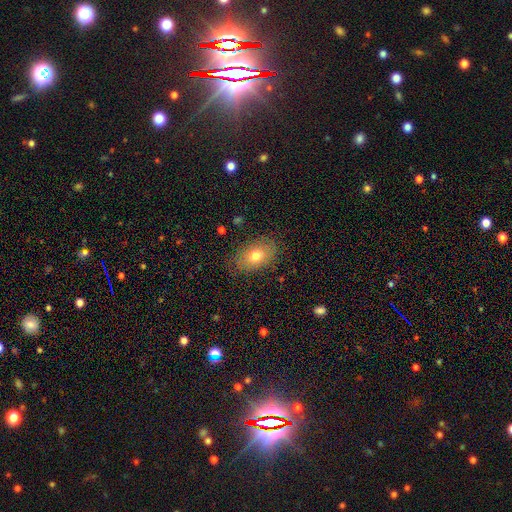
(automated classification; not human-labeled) smooth-or-featured: smooth: 74% | featured or disk: 17% | star or artifact: 9%
  how-rounded: in between: 85% | round: 14% | cigar-shaped: 1%
  merging: none: 80% | minor disturbance: 14% | major disturbance: 4% | merger: 1%